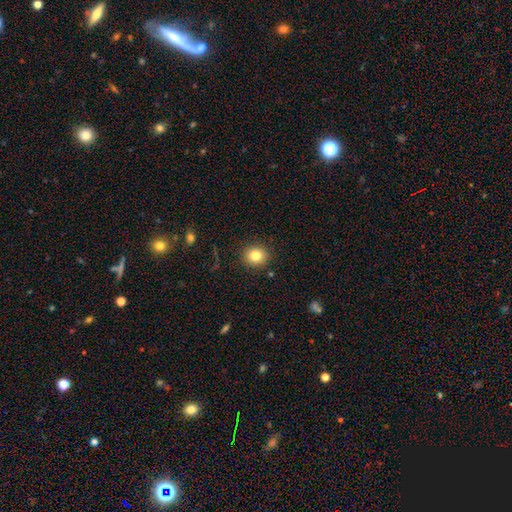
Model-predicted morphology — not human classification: This is clearly a smooth galaxy (82%). How rounded: clearly round (83%). Merging: clearly none (90%).